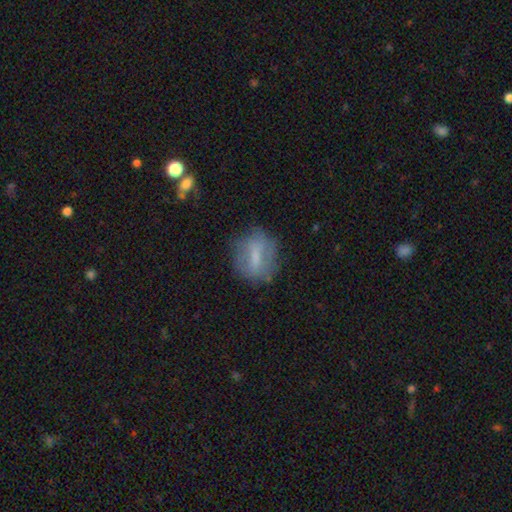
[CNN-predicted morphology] type=smooth (54%); roundness=in between (48%); merging=none (69%).